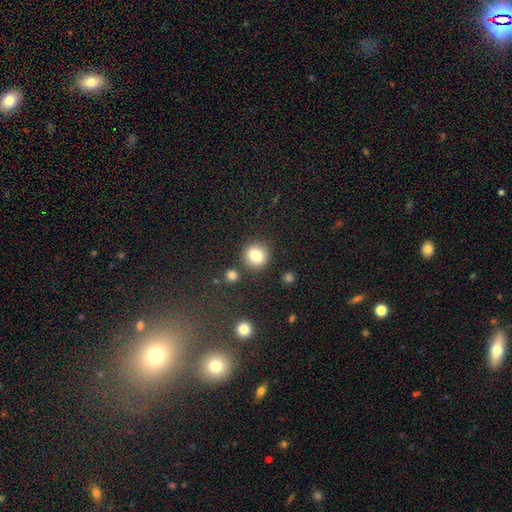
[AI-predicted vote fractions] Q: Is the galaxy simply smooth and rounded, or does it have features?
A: smooth — 80%.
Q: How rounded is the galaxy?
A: round — 87%.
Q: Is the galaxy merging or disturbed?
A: none — 83%.